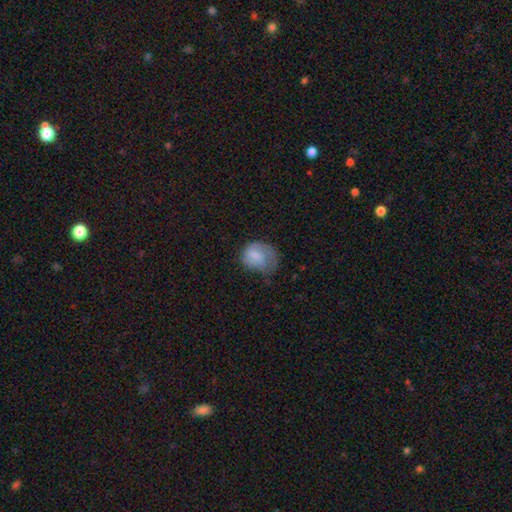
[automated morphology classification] Smooth or featured? smooth (69%)
How rounded? round (55%)
Merging? minor disturbance (34%)